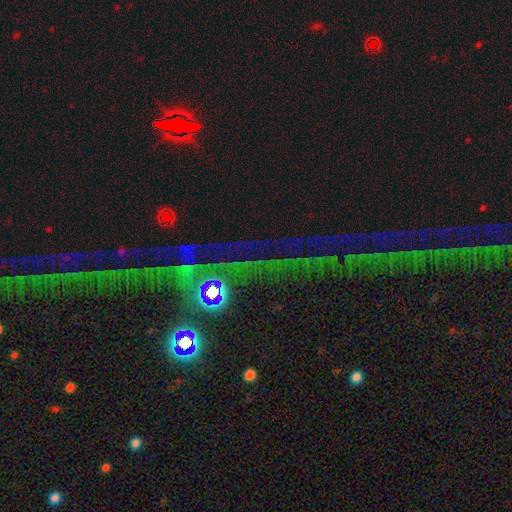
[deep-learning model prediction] This is clearly a star or artifact rather than a galaxy (80%).